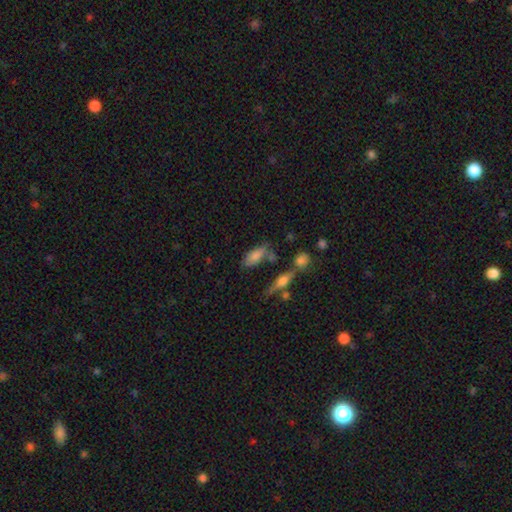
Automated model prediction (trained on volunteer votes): The model was most divided on "merging": none: 58%, minor disturbance: 20%, merger: 15%, major disturbance: 7%. More confident: how rounded — in between (76%); smooth or featured — smooth (72%).